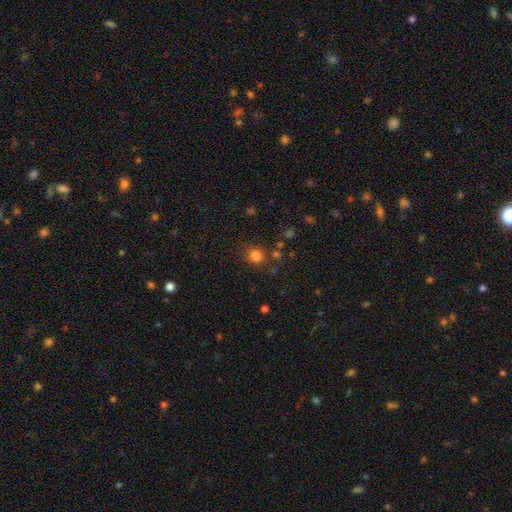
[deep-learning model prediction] Smooth or featured? smooth (80%)
How rounded? round (83%)
Merging? none (79%)